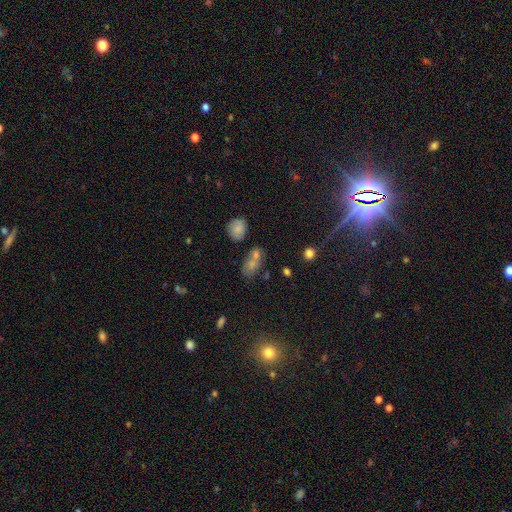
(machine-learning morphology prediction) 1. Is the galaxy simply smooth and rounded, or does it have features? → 55% smooth, 27% star or artifact, 18% featured or disk.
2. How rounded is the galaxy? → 56% in between, 38% round, 6% cigar-shaped.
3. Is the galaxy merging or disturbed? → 52% none, 30% merger, 13% minor disturbance, 6% major disturbance.